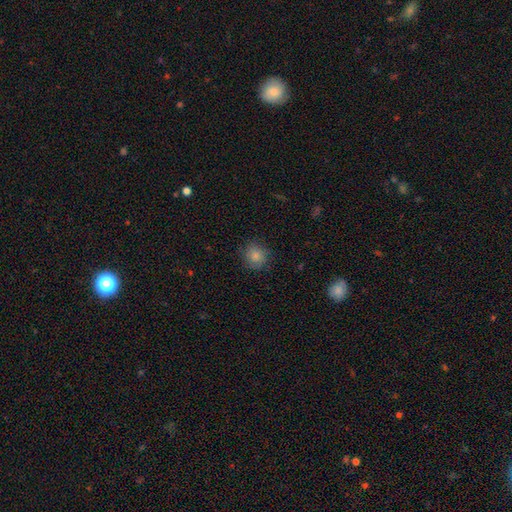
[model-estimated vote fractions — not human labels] Smooth or featured?
  - smooth: 84% *
  - star or artifact: 10%
  - featured or disk: 6%
How rounded?
  - round: 87% *
  - in between: 12%
  - cigar-shaped: 1%
Merging?
  - none: 85% *
  - minor disturbance: 11%
  - major disturbance: 3%
  - merger: 1%